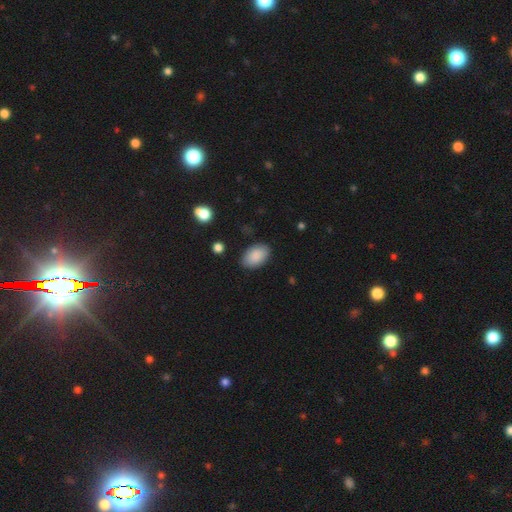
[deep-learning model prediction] smooth-or-featured: smooth: 89% | star or artifact: 6% | featured or disk: 5%
  how-rounded: in between: 92% | round: 7% | cigar-shaped: 1%
  merging: none: 86% | minor disturbance: 10% | major disturbance: 2% | merger: 1%